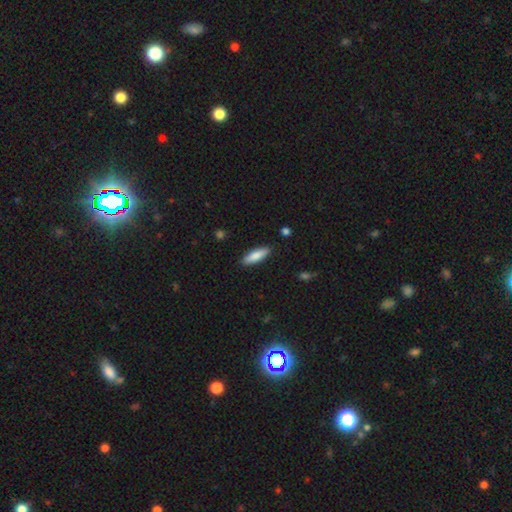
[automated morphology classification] Smooth or featured? Predicted: smooth (p=0.81). How rounded? Predicted: cigar-shaped (p=0.54). Merging? Predicted: none (p=0.88).